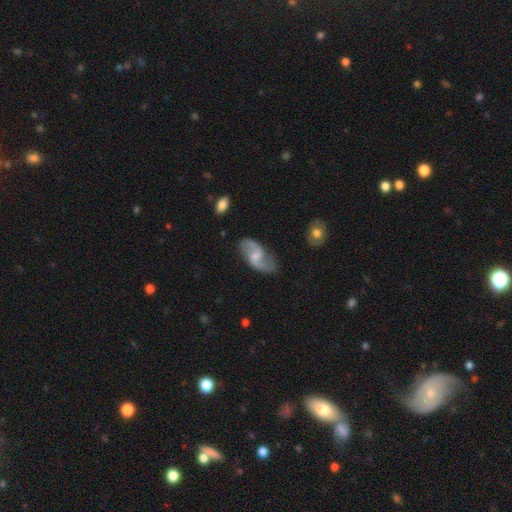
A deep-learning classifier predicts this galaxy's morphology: featured or disk 83%, smooth 12%, star or artifact 5%. Down the decision tree: edge-on disk — no (97%); bar — weak (55%); spiral arms — yes (95%); spiral arm count — 2 (92%); spiral winding — loose (68%); bulge size — small (43%); merging — none (78%).